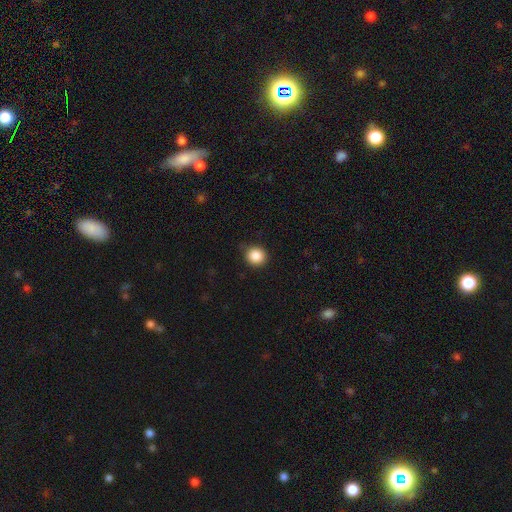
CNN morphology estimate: type=smooth (87%); roundness=round (90%); merging=none (84%).